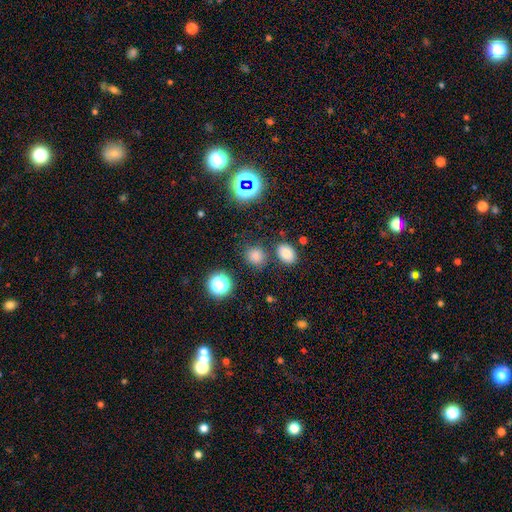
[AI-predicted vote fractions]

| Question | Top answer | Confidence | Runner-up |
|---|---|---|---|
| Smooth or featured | smooth | 72% | star or artifact (23%) |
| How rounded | round | 73% | in between (25%) |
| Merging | none | 78% | minor disturbance (10%) |